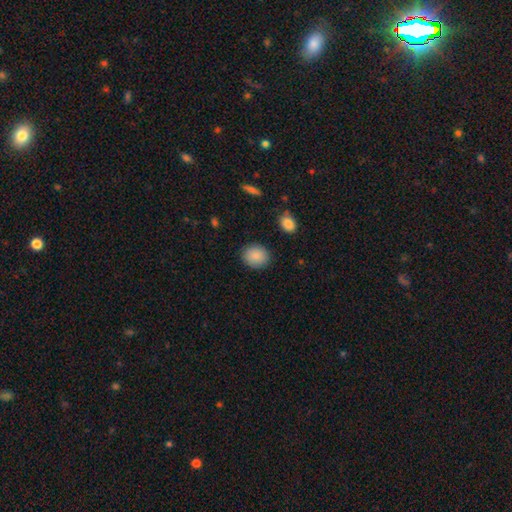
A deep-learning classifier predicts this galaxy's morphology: Overall: smooth (88%). How rounded: round (62%; in between 37%). Merging: none (88%).